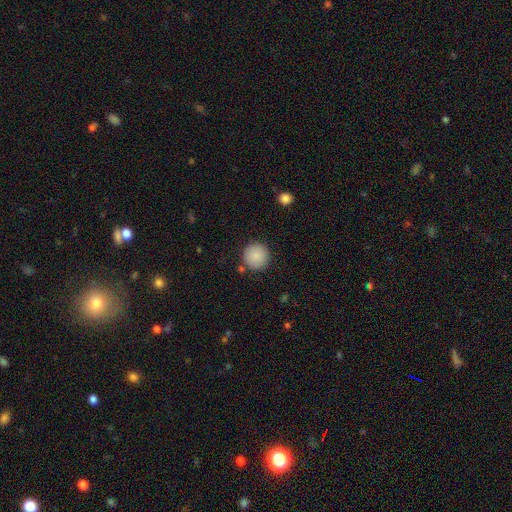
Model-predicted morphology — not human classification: Overall: smooth (88%). How rounded: round (95%). Merging: none (88%).